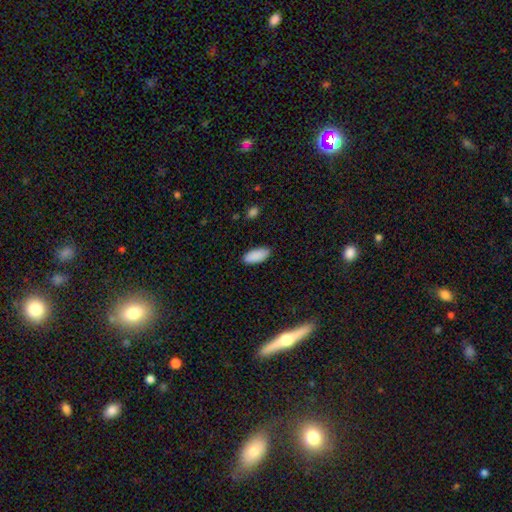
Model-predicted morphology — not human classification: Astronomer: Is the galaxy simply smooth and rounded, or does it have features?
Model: smooth — 90%.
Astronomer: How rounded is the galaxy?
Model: in between — 90%.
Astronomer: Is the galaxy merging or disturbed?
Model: none — 86%.